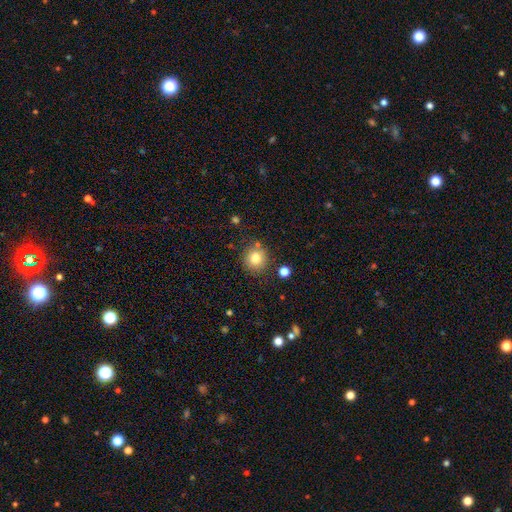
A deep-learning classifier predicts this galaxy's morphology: This is clearly a smooth galaxy (81%). How rounded: clearly round (89%). Merging: likely none (80%).